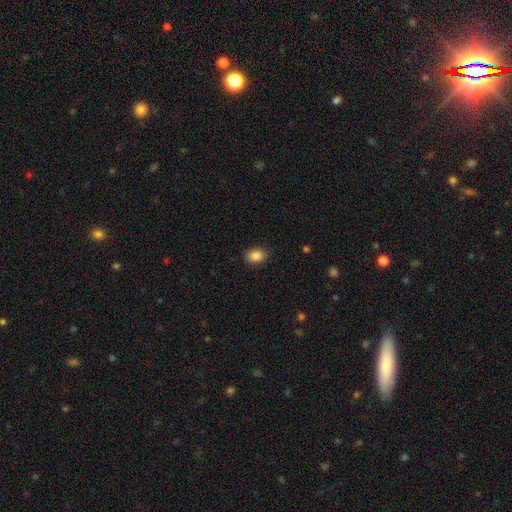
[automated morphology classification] Smooth or featured: smooth — 88% (star or artifact — 8%)
How rounded: in between — 81% (round — 18%)
Merging: none — 88% (minor disturbance — 9%)